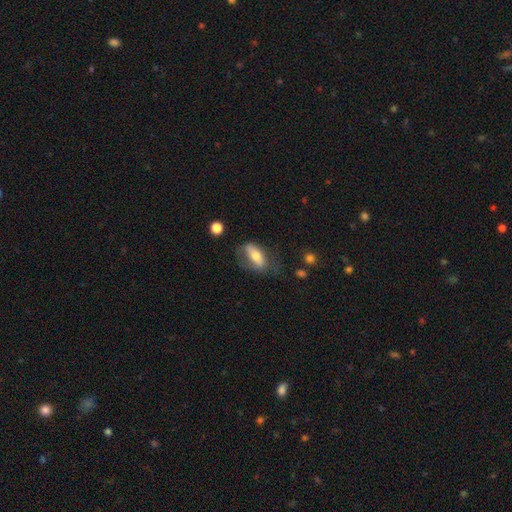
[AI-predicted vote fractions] A smooth galaxy with no disk features (60%) that is in between round and cigar-shaped (76%). Merging: none (49%).